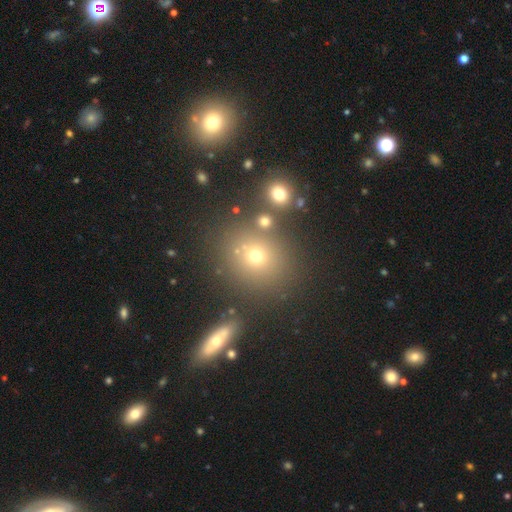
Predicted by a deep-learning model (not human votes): Overall: smooth (59%; star or artifact 28%). How rounded: round (79%). Merging: none (77%).